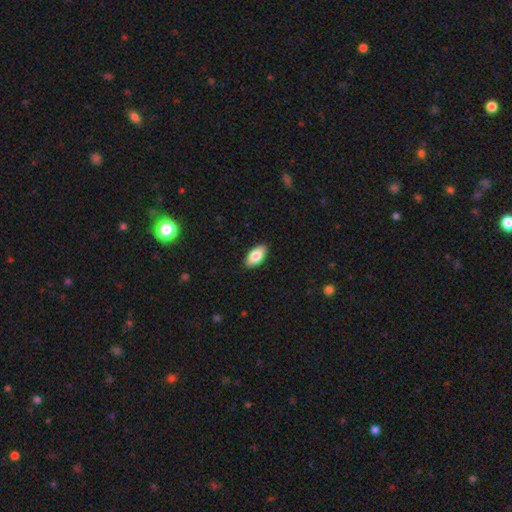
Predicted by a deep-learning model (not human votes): Morphology: type=smooth (79%); roundness=in between (91%); merging=none (89%).